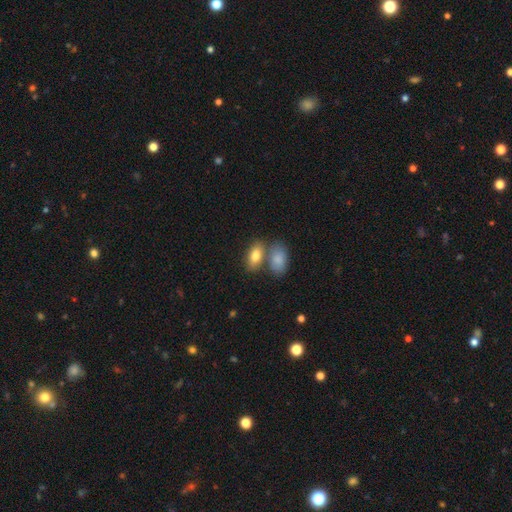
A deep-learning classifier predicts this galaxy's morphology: Smooth or featured?
  - smooth: 82% *
  - featured or disk: 11%
  - star or artifact: 7%
How rounded?
  - in between: 90% *
  - round: 6%
  - cigar-shaped: 4%
Merging?
  - none: 50% *
  - merger: 35%
  - minor disturbance: 12%
  - major disturbance: 4%